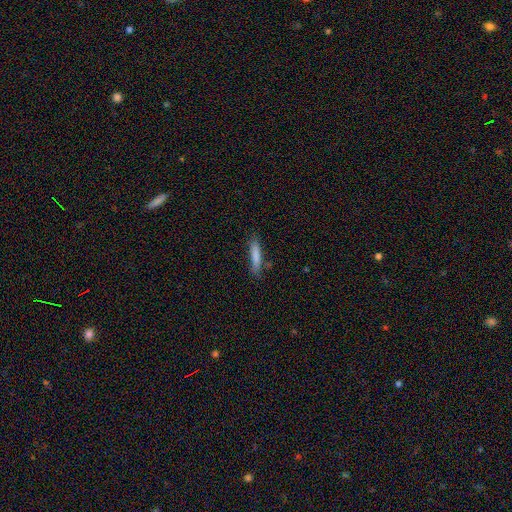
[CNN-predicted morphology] smooth 80%, featured or disk 13%, star or artifact 7%. Down the decision tree: how rounded — cigar-shaped (86%); merging — none (78%).